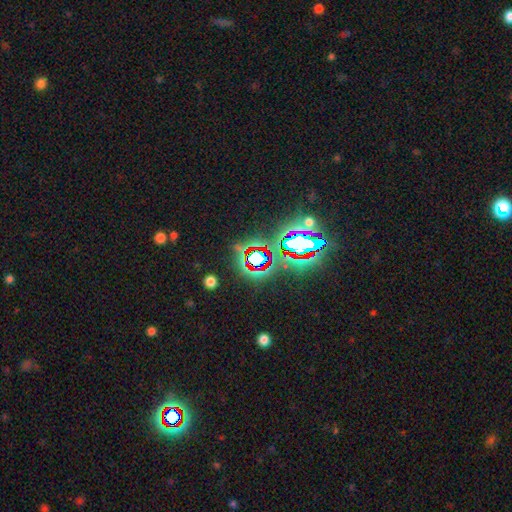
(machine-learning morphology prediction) star or artifact 82%, smooth 10%, featured or disk 8%.